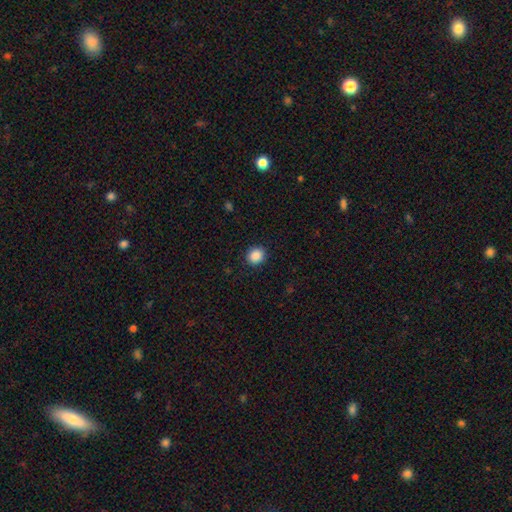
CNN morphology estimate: type=smooth (88%); roundness=round (80%); merging=none (90%).